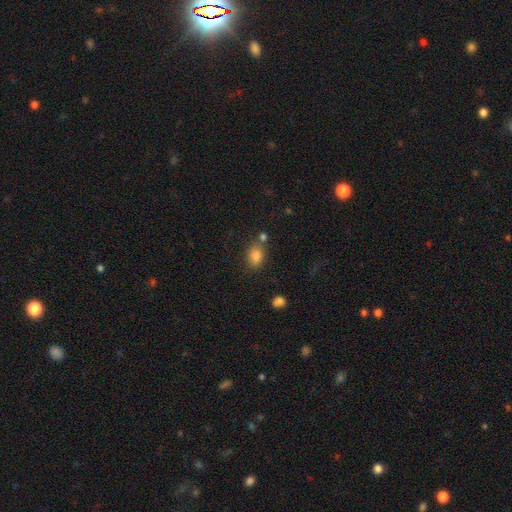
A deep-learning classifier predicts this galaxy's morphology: Smooth or featured: smooth — 82% (star or artifact — 11%)
How rounded: in between — 78% (round — 20%)
Merging: none — 68% (merger — 14%)